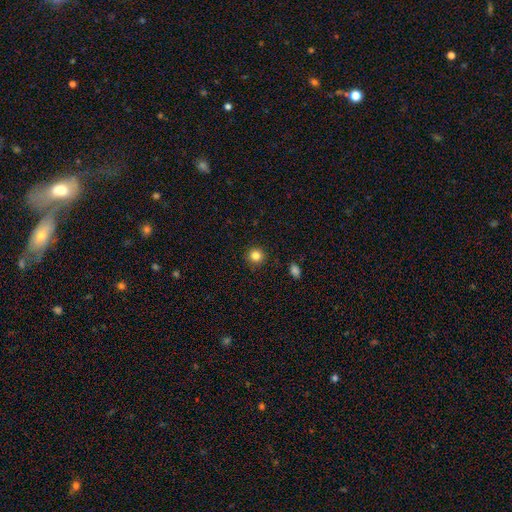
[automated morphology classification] A smooth galaxy with no disk features (83%) that is round (93%).

Vote fractions:
- Smooth or featured? smooth: 83% / star or artifact: 12% / featured or disk: 5%
- How rounded? round: 93% / in between: 6% / cigar-shaped: 1%
- Merging? none: 92% / minor disturbance: 5% / major disturbance: 2% / merger: 1%